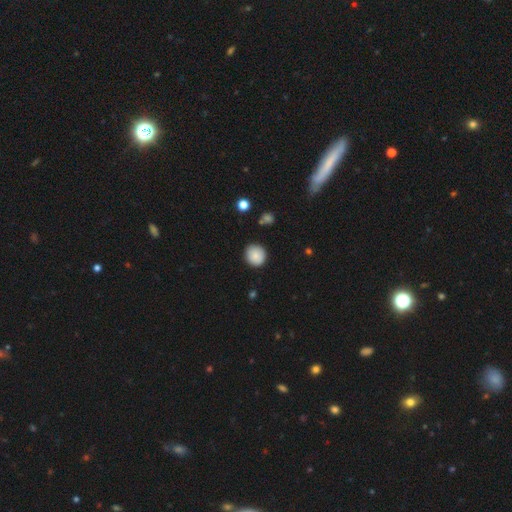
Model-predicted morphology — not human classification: Smooth or featured? Predicted: smooth (p=0.87). How rounded? Predicted: round (p=0.91). Merging? Predicted: none (p=0.88).